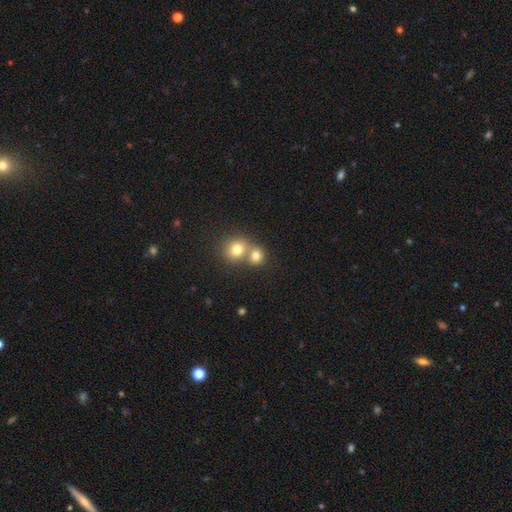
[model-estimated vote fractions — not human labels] Q: Smooth or featured?
A: smooth (77%); runner-up: star or artifact (13%)
Q: How rounded?
A: round (80%); runner-up: in between (19%)
Q: Merging?
A: merger (53%); runner-up: none (39%)